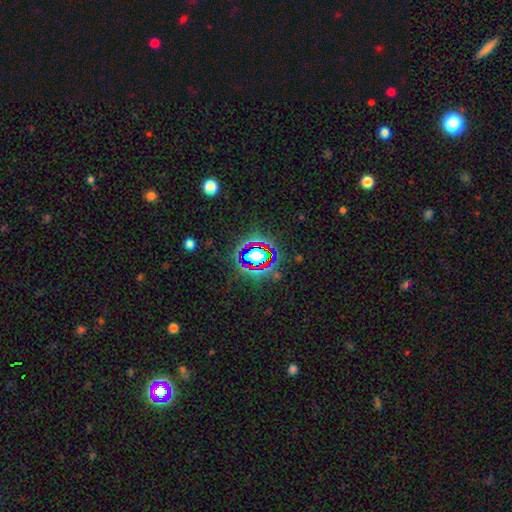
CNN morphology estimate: This appears to be a star or artifact, not a galaxy (64%).